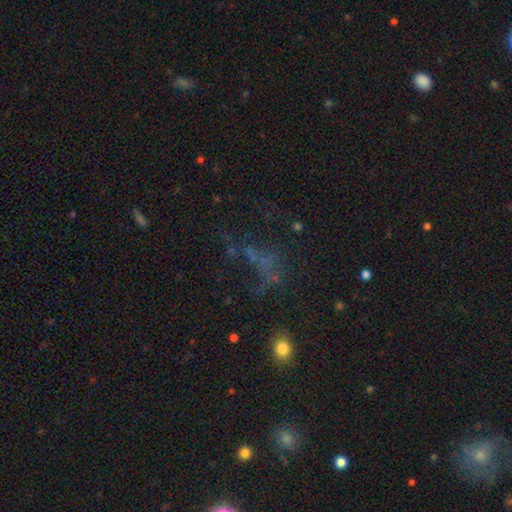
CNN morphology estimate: star or artifact 42%, smooth 30%, featured or disk 28%.